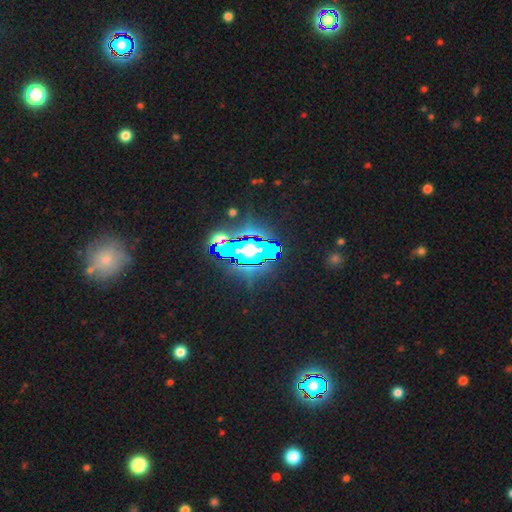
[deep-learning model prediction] The model was most divided on "smooth or featured": star or artifact: 77%, featured or disk: 12%, smooth: 10%.